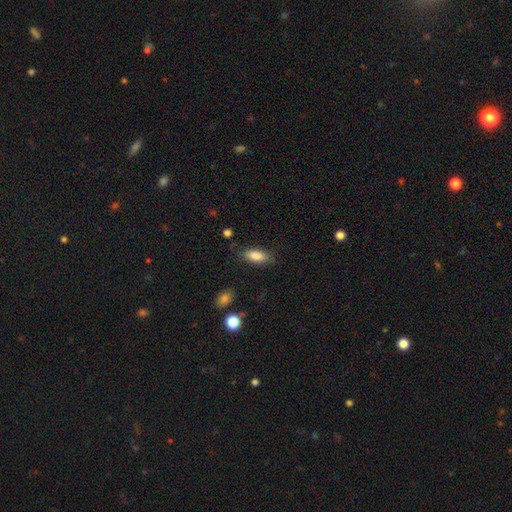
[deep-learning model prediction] The model was most divided on "how rounded": in between: 79%, cigar-shaped: 19%, round: 2%. More confident: smooth or featured — smooth (85%); merging — none (79%).